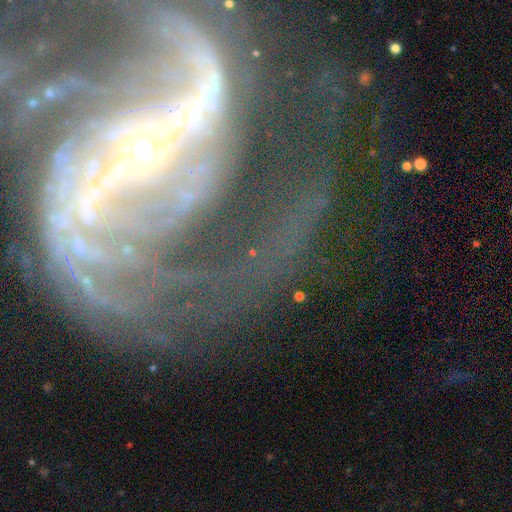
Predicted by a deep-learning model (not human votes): Smooth or featured?
  - featured or disk: 84% *
  - star or artifact: 10%
  - smooth: 6%
Edge-on disk?
  - no: 94% *
  - yes: 6%
Bar?
  - strong: 61% *
  - weak: 22%
  - no: 17%
Spiral arms?
  - yes: 89% *
  - no: 11%
Spiral winding?
  - medium: 38% *
  - tight: 32%
  - loose: 31%
Spiral arm count?
  - 2: 54% *
  - can't tell: 16%
  - 3: 9%
  - 1: 7%
  - 4: 7%
  - more than 4: 6%
Bulge size?
  - small: 66% *
  - moderate: 27%
  - large: 3%
  - none: 2%
  - dominant: 2%
Merging?
  - none: 51% *
  - major disturbance: 28%
  - minor disturbance: 15%
  - merger: 5%